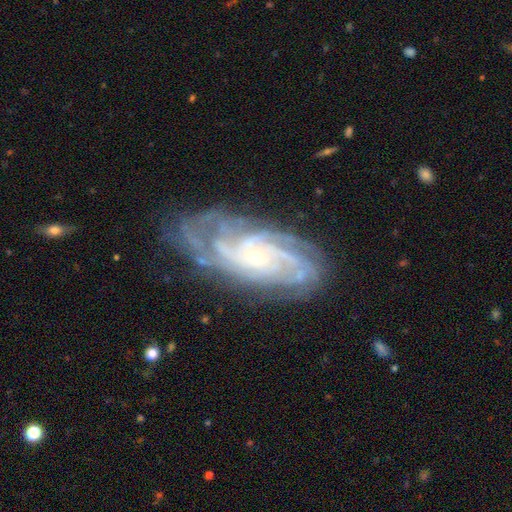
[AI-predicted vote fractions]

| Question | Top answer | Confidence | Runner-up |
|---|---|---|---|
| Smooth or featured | featured or disk | 88% | smooth (6%) |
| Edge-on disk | no | 95% | yes (5%) |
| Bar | no | 73% | weak (21%) |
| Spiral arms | yes | 97% | no (3%) |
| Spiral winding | tight | 66% | medium (28%) |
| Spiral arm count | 4 | 27% | can't tell (25%) |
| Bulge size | small | 80% | moderate (15%) |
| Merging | none | 73% | minor disturbance (18%) |